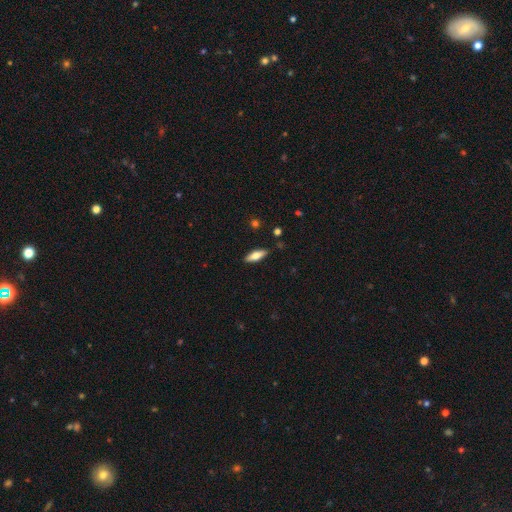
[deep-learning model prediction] smooth-or-featured: smooth: 66% | featured or disk: 28% | star or artifact: 6%
  how-rounded: in between: 58% | cigar-shaped: 40% | round: 2%
  merging: none: 88% | minor disturbance: 9% | major disturbance: 2% | merger: 1%